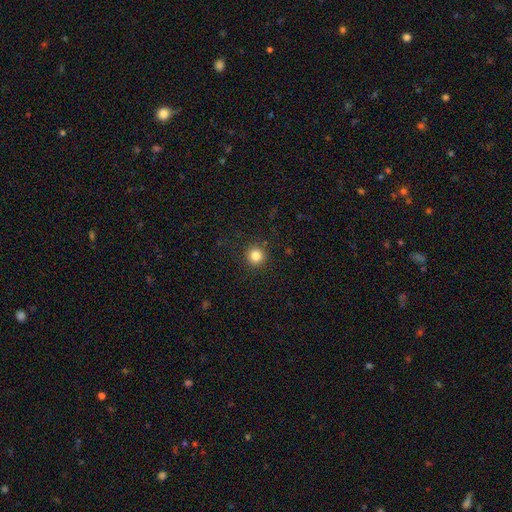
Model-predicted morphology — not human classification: smooth-or-featured: smooth: 83% | star or artifact: 12% | featured or disk: 5%
  how-rounded: round: 95% | in between: 4% | cigar-shaped: 1%
  merging: none: 91% | minor disturbance: 5% | major disturbance: 2% | merger: 1%